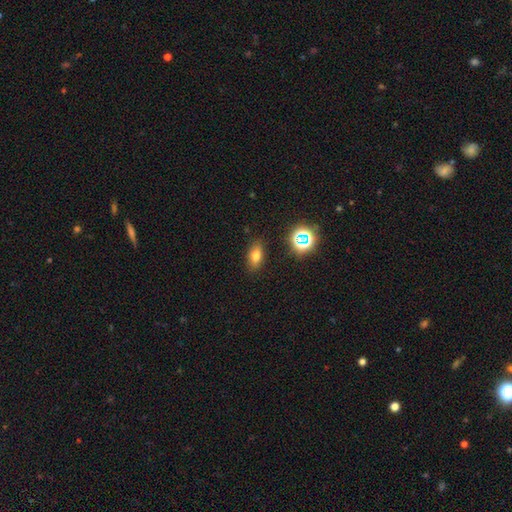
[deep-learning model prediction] Smooth or featured: smooth — 73% (star or artifact — 16%)
How rounded: in between — 82% (round — 11%)
Merging: none — 86% (minor disturbance — 10%)